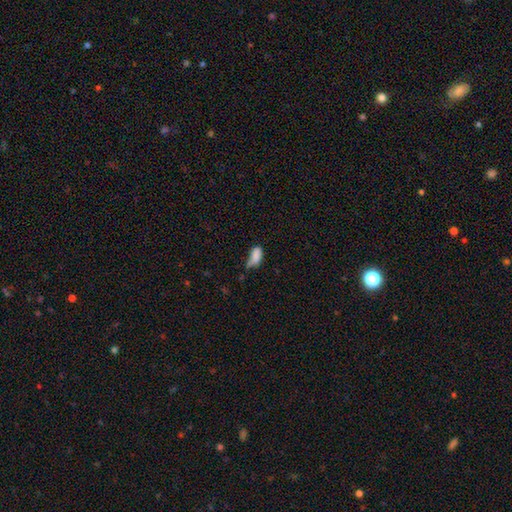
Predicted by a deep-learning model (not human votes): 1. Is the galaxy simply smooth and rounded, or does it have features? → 81% smooth, 9% star or artifact, 9% featured or disk.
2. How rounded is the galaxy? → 89% in between, 7% cigar-shaped, 4% round.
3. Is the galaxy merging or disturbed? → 40% minor disturbance, 31% none, 19% major disturbance, 9% merger.